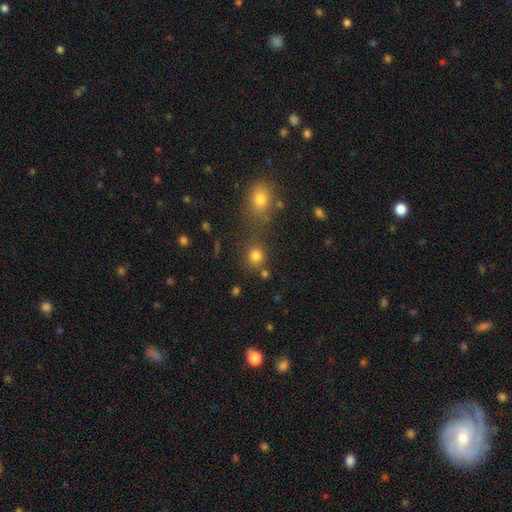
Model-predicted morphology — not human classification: Q: Smooth or featured?
A: smooth (79%); runner-up: star or artifact (14%)
Q: How rounded?
A: round (82%); runner-up: in between (17%)
Q: Merging?
A: none (64%); runner-up: merger (21%)